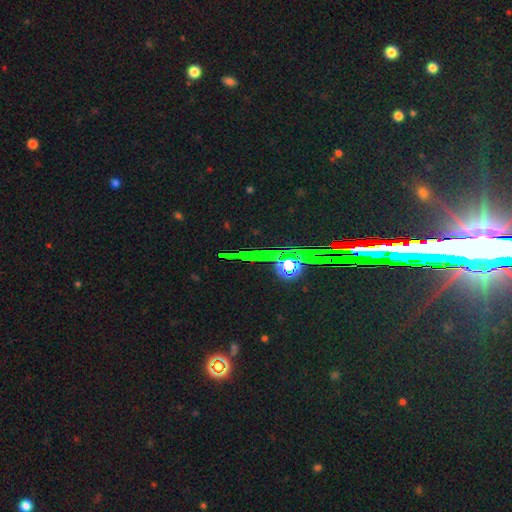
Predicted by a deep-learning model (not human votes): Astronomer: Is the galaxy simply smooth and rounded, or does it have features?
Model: star or artifact — 76%.